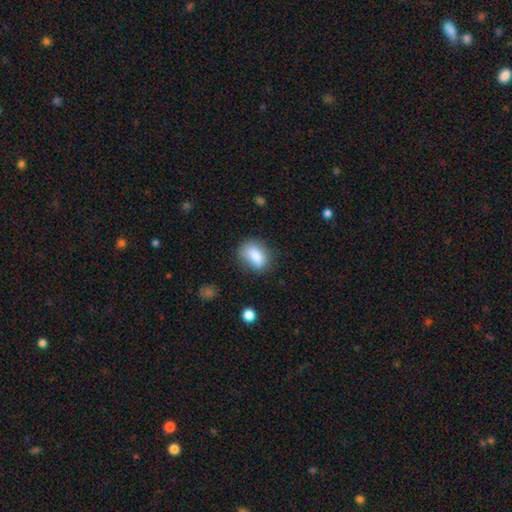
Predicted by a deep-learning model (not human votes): Smooth or featured: smooth — 83% (featured or disk — 8%)
How rounded: in between — 77% (round — 21%)
Merging: none — 67% (minor disturbance — 23%)